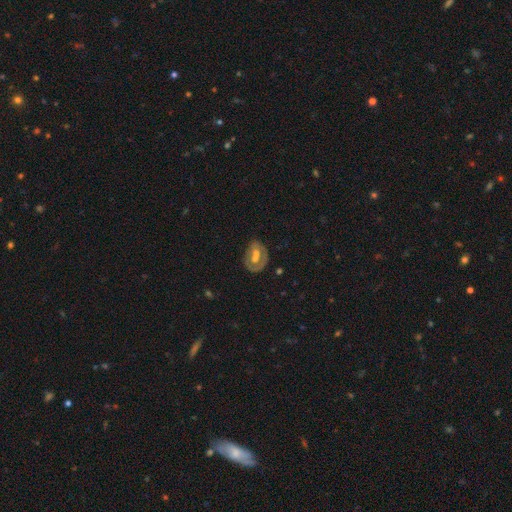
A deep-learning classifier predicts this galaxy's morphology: Smooth or featured?
  - featured or disk: 56% *
  - smooth: 36%
  - star or artifact: 8%
Edge-on disk?
  - no: 95% *
  - yes: 5%
Bar?
  - no: 59% *
  - weak: 30%
  - strong: 11%
Spiral arms?
  - no: 66% *
  - yes: 34%
Bulge size?
  - moderate: 59% *
  - small: 24%
  - large: 9%
  - none: 6%
  - dominant: 2%
Merging?
  - none: 53% *
  - minor disturbance: 19%
  - merger: 17%
  - major disturbance: 11%